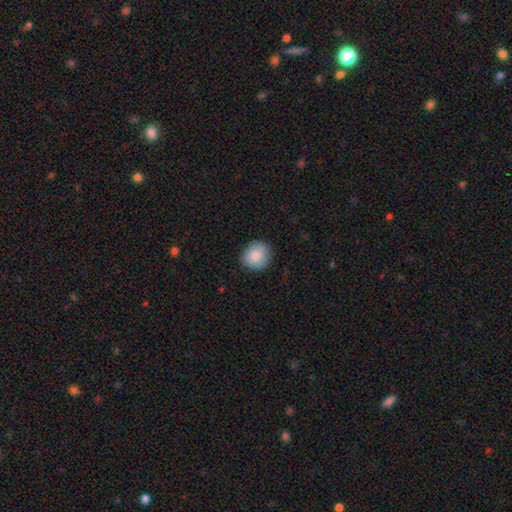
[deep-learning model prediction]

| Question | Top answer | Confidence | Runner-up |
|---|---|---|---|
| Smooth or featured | smooth | 85% | star or artifact (8%) |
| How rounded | round | 88% | in between (11%) |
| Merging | none | 89% | minor disturbance (8%) |